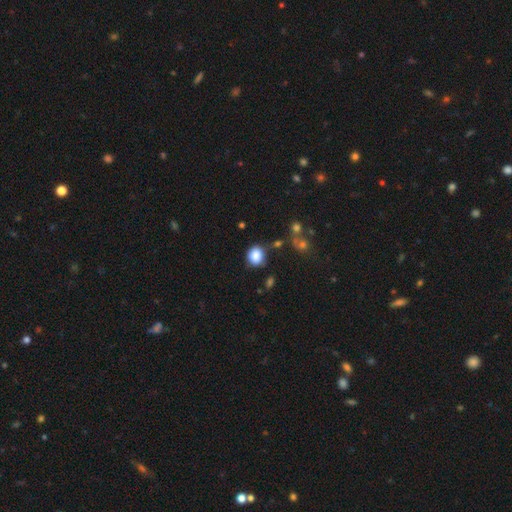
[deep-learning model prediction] smooth_or_featured: smooth (p=0.86) [alt: star or artifact p=0.09]
how_rounded: round (p=0.69) [alt: in between p=0.30]
merging: none (p=0.69) [alt: minor disturbance p=0.20]